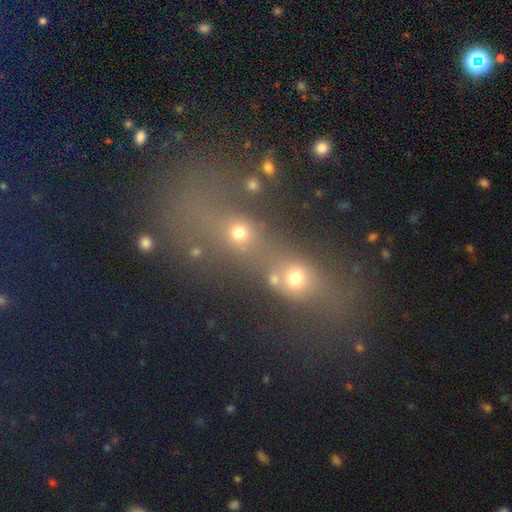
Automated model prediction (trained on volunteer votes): Smooth or featured?
  - star or artifact: 42% *
  - smooth: 38%
  - featured or disk: 20%